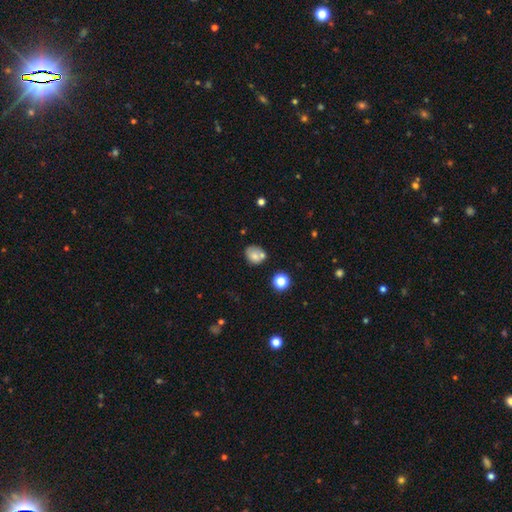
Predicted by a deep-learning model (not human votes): Smooth or featured: smooth — 72% (featured or disk — 17%)
How rounded: round — 59% (in between — 40%)
Merging: none — 51% (merger — 26%)